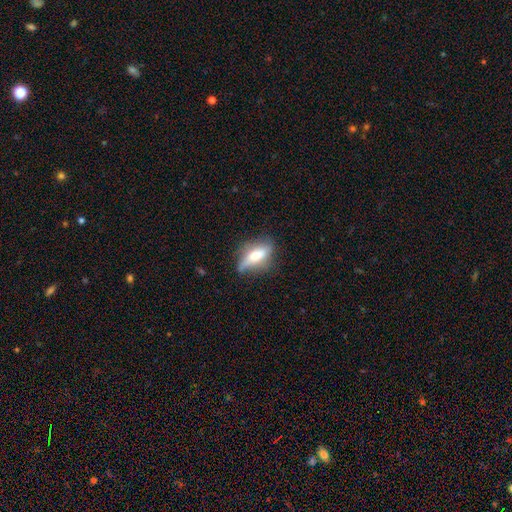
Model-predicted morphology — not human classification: smooth-or-featured: smooth: 48% | featured or disk: 44% | star or artifact: 7%
  merging: none: 61% | minor disturbance: 27% | major disturbance: 9% | merger: 3%